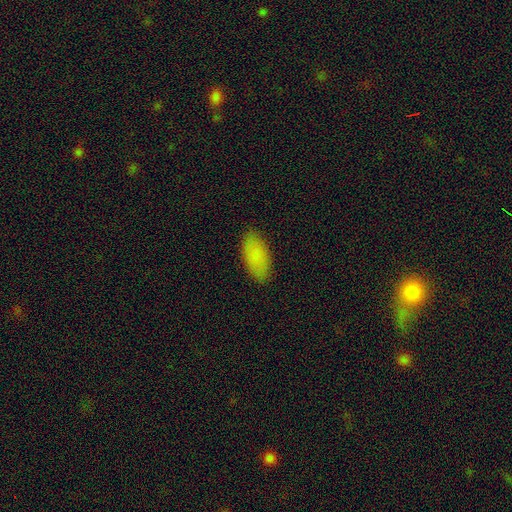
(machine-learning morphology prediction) Smooth or featured?
  - smooth: 86% *
  - featured or disk: 7%
  - star or artifact: 7%
How rounded?
  - in between: 92% *
  - cigar-shaped: 6%
  - round: 2%
Merging?
  - none: 87% *
  - minor disturbance: 10%
  - major disturbance: 2%
  - merger: 1%